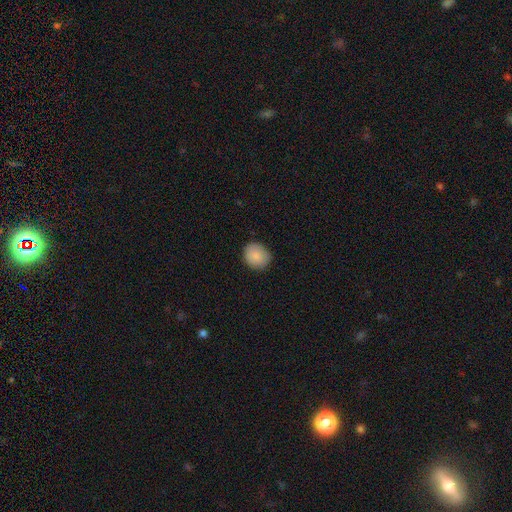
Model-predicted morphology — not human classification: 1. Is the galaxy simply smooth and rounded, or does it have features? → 87% smooth, 7% star or artifact, 6% featured or disk.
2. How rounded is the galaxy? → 80% round, 19% in between, 1% cigar-shaped.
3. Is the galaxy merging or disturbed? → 86% none, 11% minor disturbance, 2% major disturbance, 1% merger.